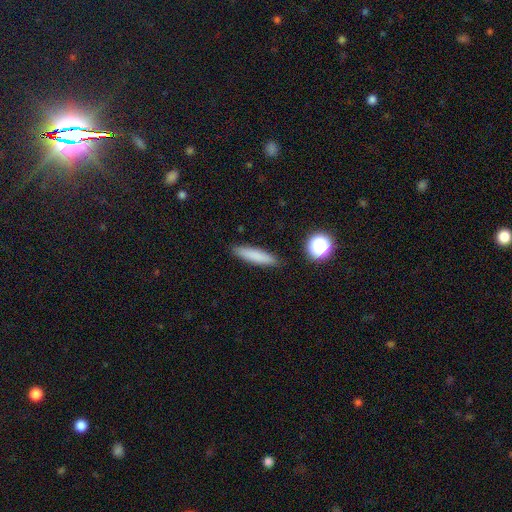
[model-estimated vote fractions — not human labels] Overall: smooth (80%). How rounded: cigar-shaped (84%). Merging: none (89%).